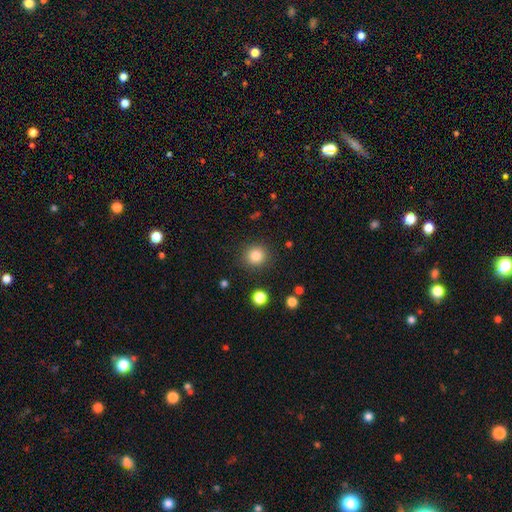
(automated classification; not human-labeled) Q: Smooth or featured?
A: smooth (84%); runner-up: star or artifact (11%)
Q: How rounded?
A: round (92%); runner-up: in between (7%)
Q: Merging?
A: none (89%); runner-up: minor disturbance (7%)